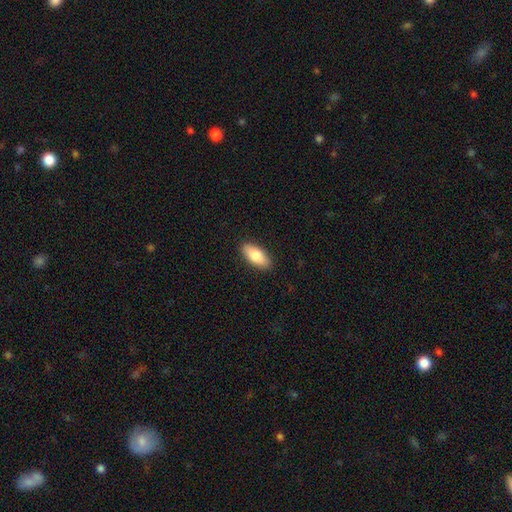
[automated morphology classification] The model was most divided on "smooth or featured": smooth: 81%, featured or disk: 13%, star or artifact: 6%. More confident: merging — none (90%); how rounded — in between (86%).